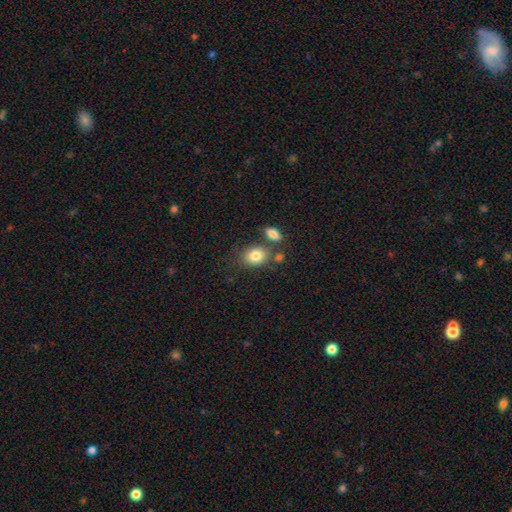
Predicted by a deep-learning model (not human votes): Smooth or featured?
  - smooth: 82% *
  - star or artifact: 9%
  - featured or disk: 9%
How rounded?
  - in between: 63% *
  - round: 36%
  - cigar-shaped: 1%
Merging?
  - none: 64% *
  - merger: 19%
  - minor disturbance: 13%
  - major disturbance: 4%